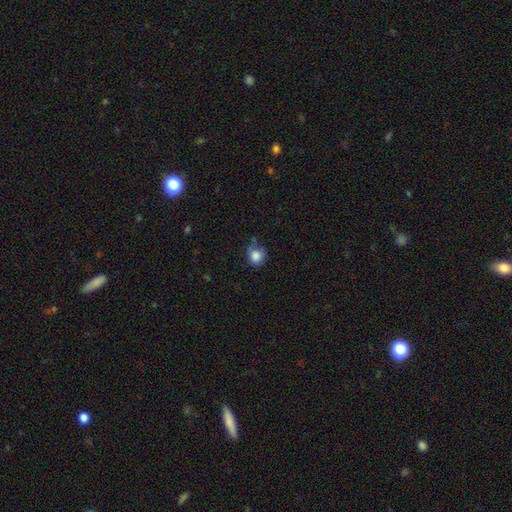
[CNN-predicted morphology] smooth_or_featured: smooth (p=0.84) [alt: star or artifact p=0.09]
how_rounded: round (p=0.77) [alt: in between p=0.22]
merging: none (p=0.55) [alt: minor disturbance p=0.30]